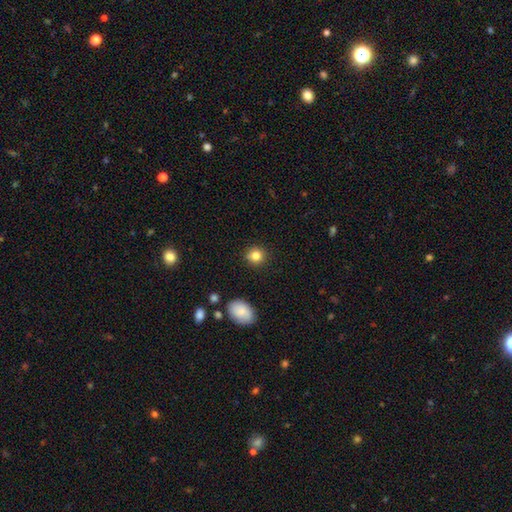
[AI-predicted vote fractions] This appears to be a smooth galaxy with no disk features (83%) that is round (86%). Merging: none (87%).